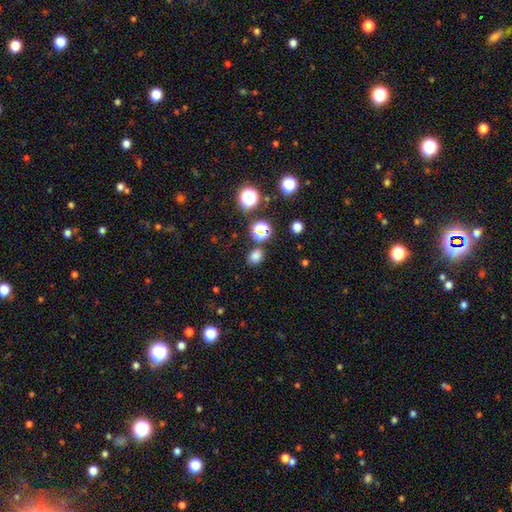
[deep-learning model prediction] A smooth galaxy with no disk features (75%) that is round (65%). Merging: none (81%).